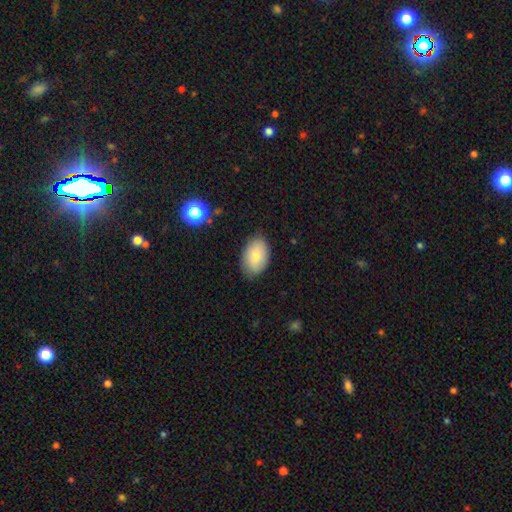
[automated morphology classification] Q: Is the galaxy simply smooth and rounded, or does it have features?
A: smooth — 81%.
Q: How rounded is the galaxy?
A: in between — 90%.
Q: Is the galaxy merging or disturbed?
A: none — 83%.